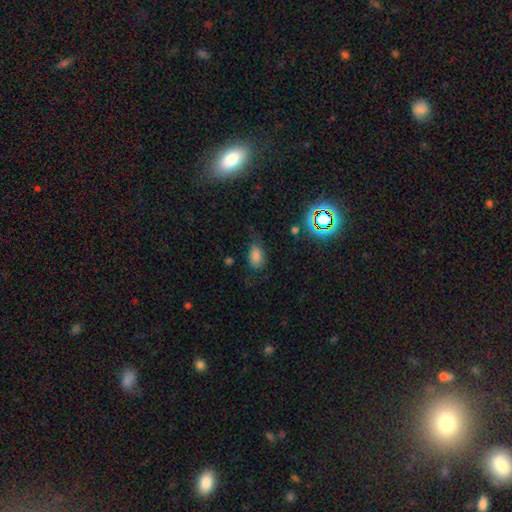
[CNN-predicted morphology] smooth 72%, star or artifact 19%, featured or disk 9%. Down the decision tree: how rounded — in between (87%); merging — none (57%).